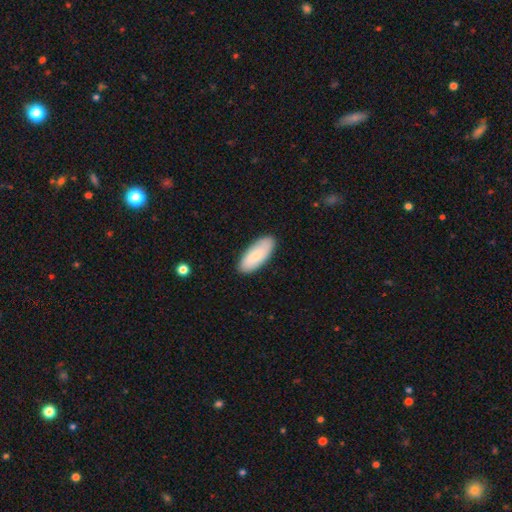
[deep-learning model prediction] Smooth or featured?
  - smooth: 79% *
  - featured or disk: 15%
  - star or artifact: 5%
How rounded?
  - in between: 83% *
  - cigar-shaped: 15%
  - round: 2%
Merging?
  - none: 87% *
  - minor disturbance: 10%
  - major disturbance: 2%
  - merger: 1%